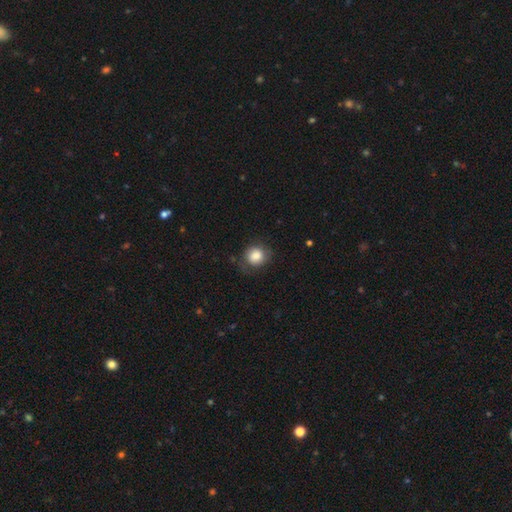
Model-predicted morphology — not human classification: This appears to be a smooth galaxy with no disk features (82%) that is round (80%). Merging: none (69%).